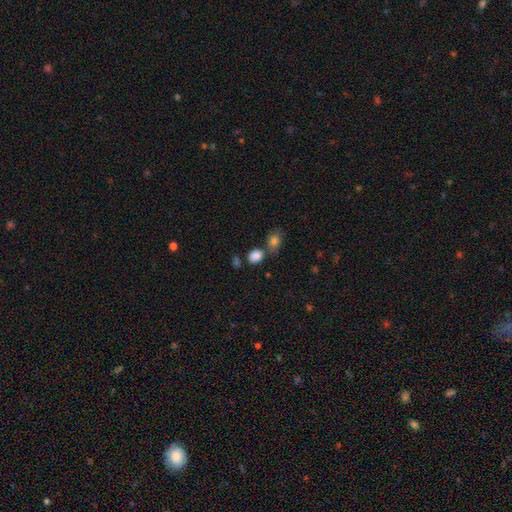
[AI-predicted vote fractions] smooth_or_featured: smooth (p=0.85) [alt: star or artifact p=0.10]
how_rounded: in between (p=0.56) [alt: round p=0.42]
merging: none (p=0.61) [alt: merger p=0.23]